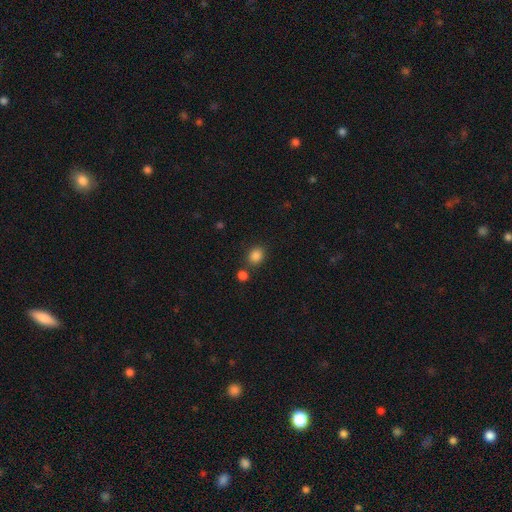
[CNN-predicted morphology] smooth-or-featured: smooth: 85% | star or artifact: 11% | featured or disk: 4%
  how-rounded: round: 57% | in between: 42% | cigar-shaped: 1%
  merging: none: 74% | merger: 12% | minor disturbance: 10% | major disturbance: 3%